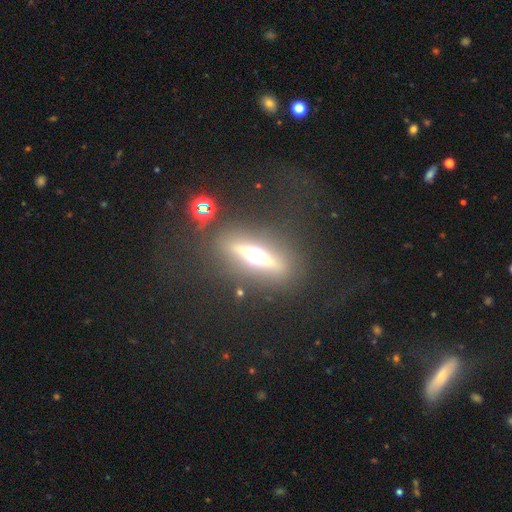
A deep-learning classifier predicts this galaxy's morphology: A featured or disk galaxy (70%) viewed edge-on (91%) with a rounded central bulge (90%).

Vote fractions:
- Smooth or featured? featured or disk: 70% / smooth: 18% / star or artifact: 12%
- Edge-on disk? yes: 91% / no: 9%
- Edge-on bulge? rounded: 90% / boxy: 8% / none: 3%
- Merging? none: 85% / minor disturbance: 8% / major disturbance: 5% / merger: 2%